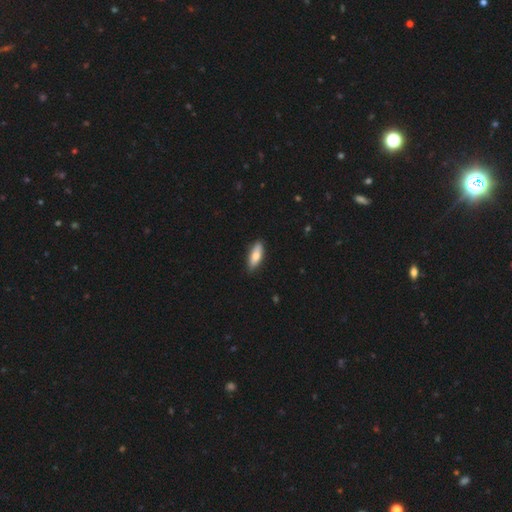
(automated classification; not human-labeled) Smooth or featured? Predicted: smooth (p=0.73). How rounded? Predicted: in between (p=0.64). Merging? Predicted: none (p=0.87).